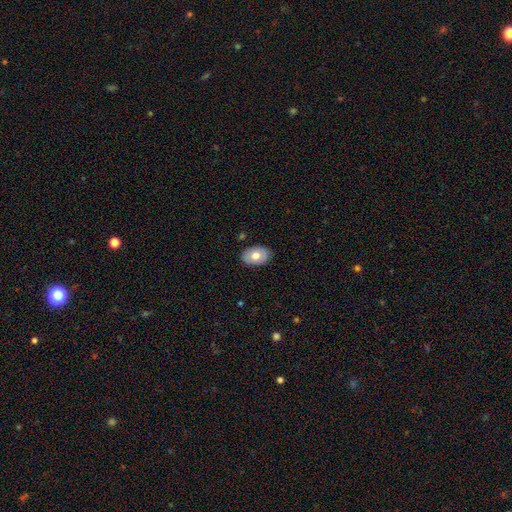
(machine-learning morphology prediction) This appears to be a smooth galaxy with no disk features (66%) that is in between round and cigar-shaped (84%). Merging: none (87%).